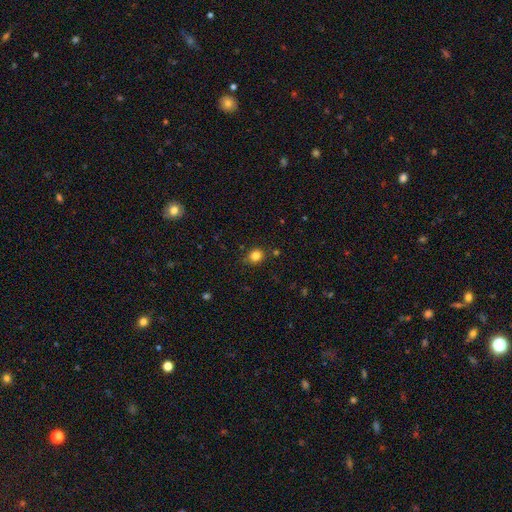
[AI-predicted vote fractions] A smooth galaxy with no disk features (82%) that is round (79%). Merging: none (83%).